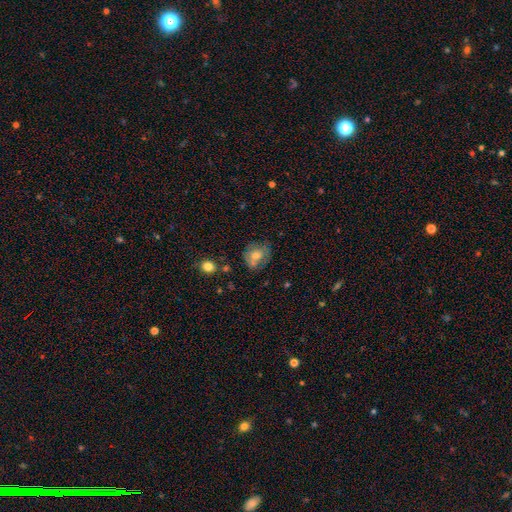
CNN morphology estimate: Smooth or featured?
  - smooth: 50% *
  - featured or disk: 38%
  - star or artifact: 12%
How rounded?
  - round: 64% *
  - in between: 35%
  - cigar-shaped: 1%
Merging?
  - none: 65% *
  - minor disturbance: 22%
  - major disturbance: 9%
  - merger: 4%